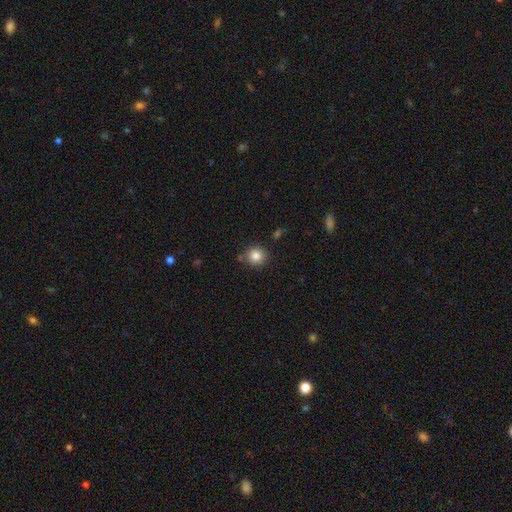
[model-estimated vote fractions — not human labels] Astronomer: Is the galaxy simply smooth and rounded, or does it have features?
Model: smooth — 84%.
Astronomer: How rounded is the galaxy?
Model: round — 92%.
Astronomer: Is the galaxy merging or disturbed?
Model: none — 79%.